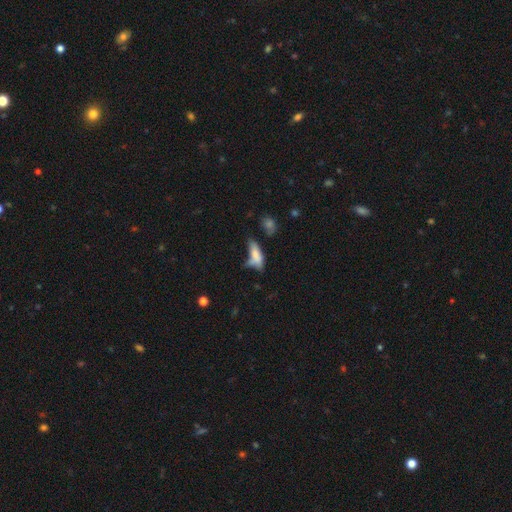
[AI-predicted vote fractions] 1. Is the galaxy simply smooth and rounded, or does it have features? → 70% smooth, 20% featured or disk, 10% star or artifact.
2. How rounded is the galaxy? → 62% in between, 34% cigar-shaped, 3% round.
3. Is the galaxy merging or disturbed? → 33% none, 26% minor disturbance, 21% major disturbance, 20% merger.